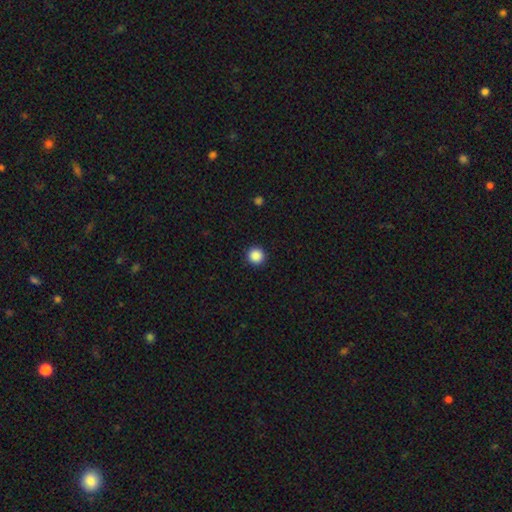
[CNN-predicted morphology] smooth-or-featured: smooth: 88% | star or artifact: 9% | featured or disk: 2%
  how-rounded: round: 95% | in between: 4% | cigar-shaped: 1%
  merging: none: 93% | minor disturbance: 5% | major disturbance: 2% | merger: 1%